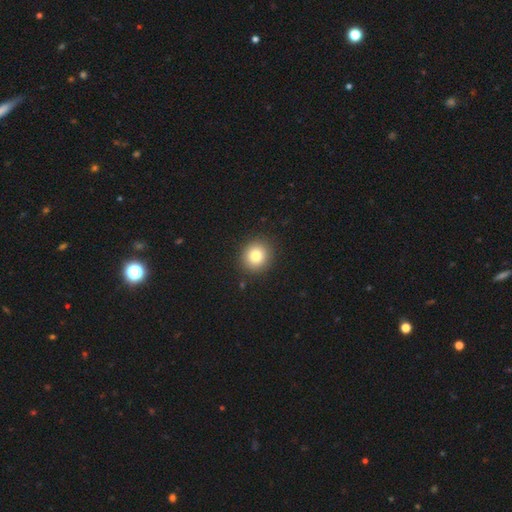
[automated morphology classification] Overall: smooth (82%). How rounded: round (86%). Merging: none (90%).